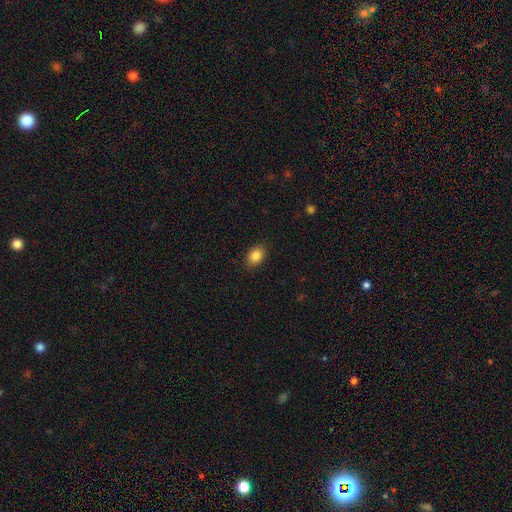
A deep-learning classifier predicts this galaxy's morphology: type=smooth (86%); roundness=in between (74%); merging=none (86%).